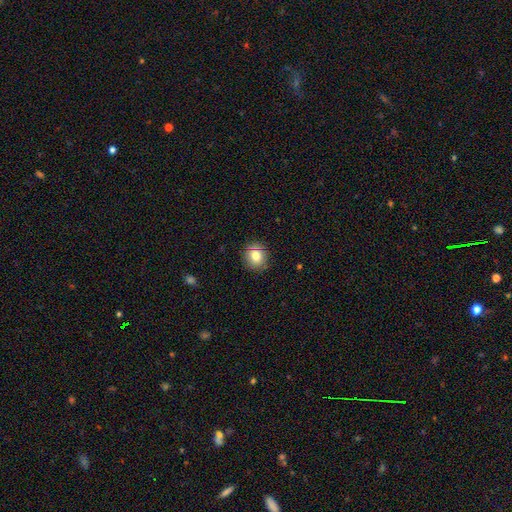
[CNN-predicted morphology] Smooth or featured? Predicted: smooth (p=0.80). How rounded? Predicted: round (p=0.81). Merging? Predicted: none (p=0.87).